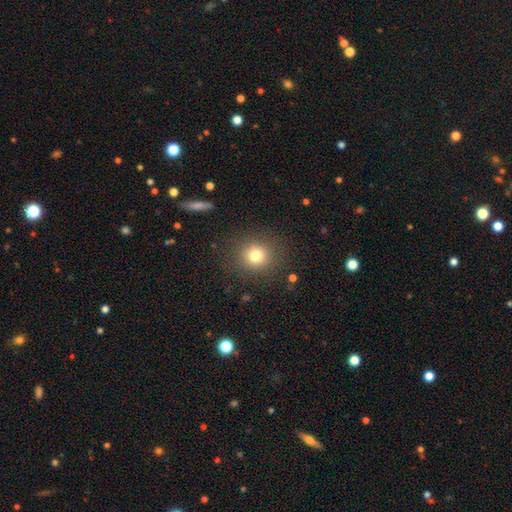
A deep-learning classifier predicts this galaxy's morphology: A smooth galaxy with no disk features (77%) that is round (87%).

Vote fractions:
- Smooth or featured? smooth: 77% / star or artifact: 14% / featured or disk: 9%
- How rounded? round: 87% / in between: 12% / cigar-shaped: 1%
- Merging? none: 86% / minor disturbance: 8% / major disturbance: 4% / merger: 1%